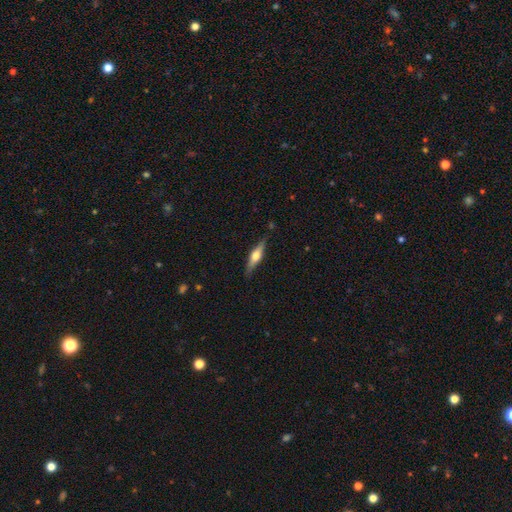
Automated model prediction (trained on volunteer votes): Smooth or featured: featured or disk — 63% (smooth — 31%)
Edge-on disk: yes — 96% (no — 4%)
Edge-on bulge: rounded — 91% (boxy — 6%)
Merging: none — 85% (minor disturbance — 11%)